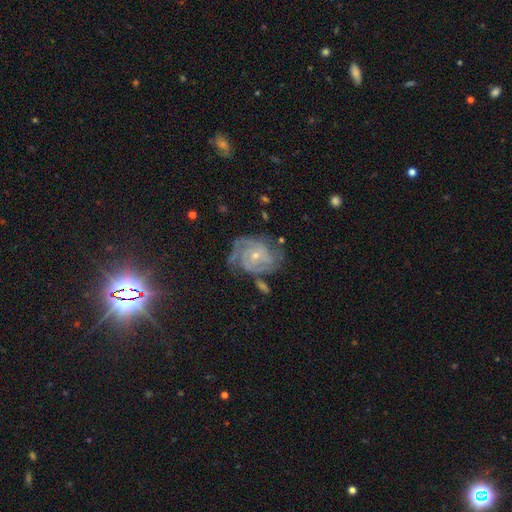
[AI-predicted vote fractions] Q: Smooth or featured?
A: featured or disk (86%); runner-up: smooth (8%)
Q: Edge-on disk?
A: no (98%); runner-up: yes (2%)
Q: Bar?
A: no (68%); runner-up: weak (26%)
Q: Spiral arms?
A: yes (96%); runner-up: no (4%)
Q: Spiral winding?
A: tight (64%); runner-up: medium (30%)
Q: Spiral arm count?
A: 3 (29%); runner-up: 2 (25%)
Q: Bulge size?
A: small (66%); runner-up: moderate (30%)
Q: Merging?
A: none (59%); runner-up: minor disturbance (23%)